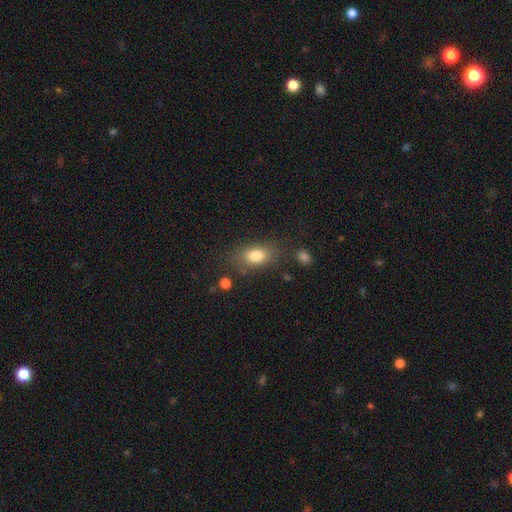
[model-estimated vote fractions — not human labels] This appears to be a smooth galaxy with no disk features (80%) that is in between round and cigar-shaped (81%). Merging: none (77%).